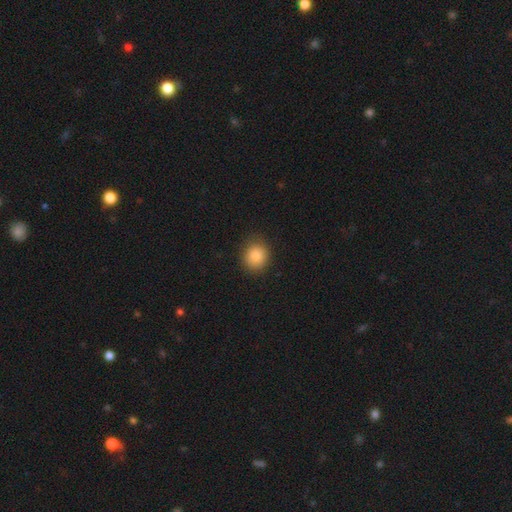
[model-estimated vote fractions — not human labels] Smooth or featured? Predicted: smooth (p=0.85). How rounded? Predicted: round (p=0.81). Merging? Predicted: none (p=0.88).